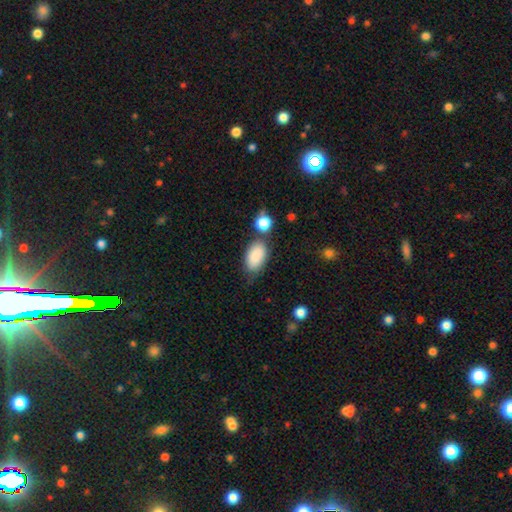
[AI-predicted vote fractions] smooth_or_featured: smooth (p=0.87) [alt: star or artifact p=0.07]
how_rounded: in between (p=0.92) [alt: round p=0.06]
merging: none (p=0.60) [alt: minor disturbance p=0.20]